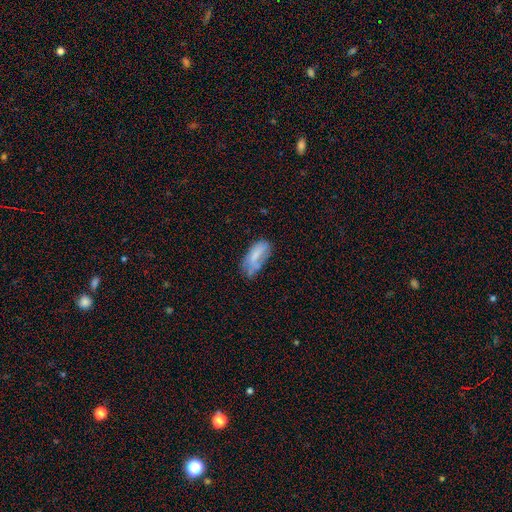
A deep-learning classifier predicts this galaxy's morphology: Smooth or featured?
  - smooth: 67% *
  - featured or disk: 25%
  - star or artifact: 9%
How rounded?
  - in between: 87% *
  - cigar-shaped: 11%
  - round: 2%
Merging?
  - none: 43% *
  - minor disturbance: 34%
  - major disturbance: 17%
  - merger: 6%